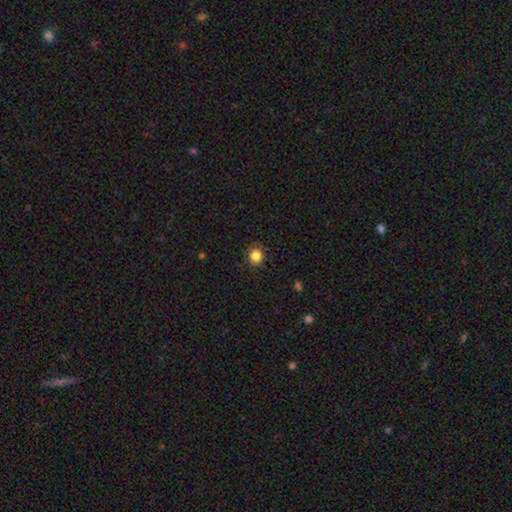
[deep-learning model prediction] A smooth galaxy with no disk features (85%) that is round (88%). Merging: none (87%).